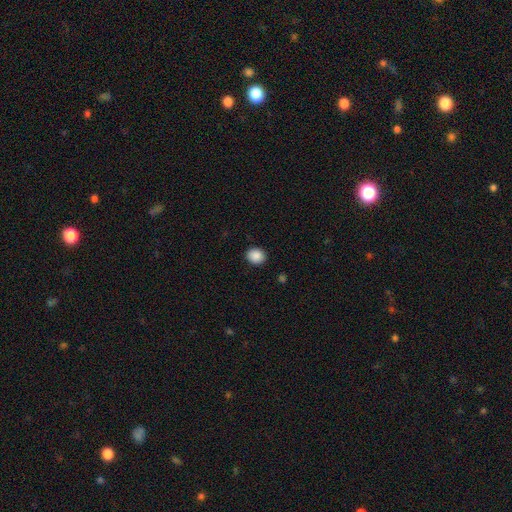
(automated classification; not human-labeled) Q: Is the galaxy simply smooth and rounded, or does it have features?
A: smooth — 89%.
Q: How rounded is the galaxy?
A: round — 70%.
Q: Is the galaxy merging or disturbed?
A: none — 90%.